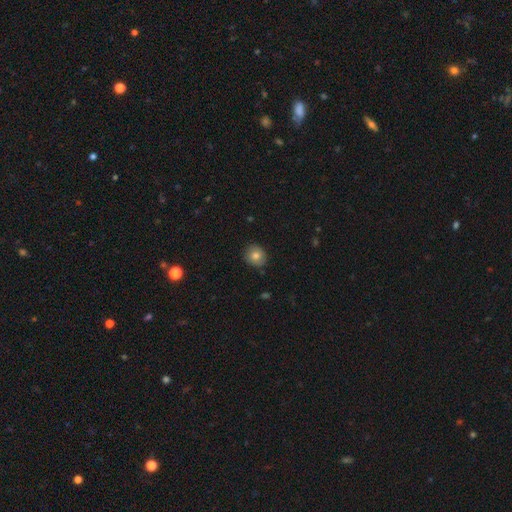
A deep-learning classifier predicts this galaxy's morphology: This is likely a smooth galaxy (79%). How rounded: clearly round (82%). Merging: clearly none (86%).